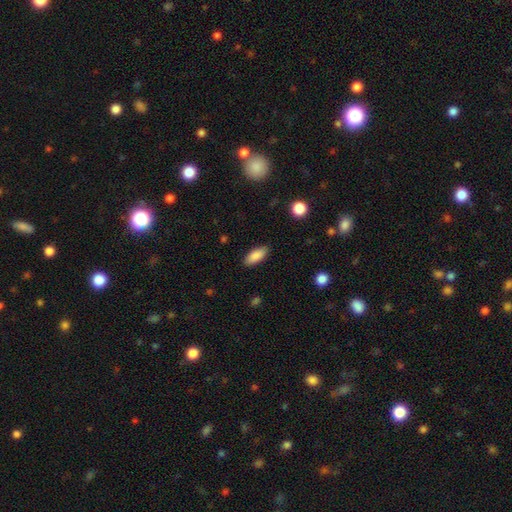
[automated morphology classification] Smooth or featured?
  - smooth: 88% *
  - star or artifact: 7%
  - featured or disk: 6%
How rounded?
  - in between: 82% *
  - cigar-shaped: 17%
  - round: 2%
Merging?
  - none: 87% *
  - minor disturbance: 10%
  - major disturbance: 2%
  - merger: 1%